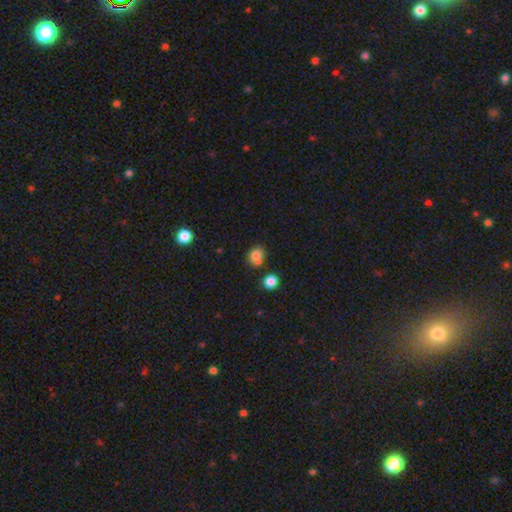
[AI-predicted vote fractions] smooth-or-featured: smooth: 79% | star or artifact: 12% | featured or disk: 9%
  how-rounded: round: 65% | in between: 34% | cigar-shaped: 1%
  merging: none: 61% | merger: 19% | minor disturbance: 15% | major disturbance: 4%